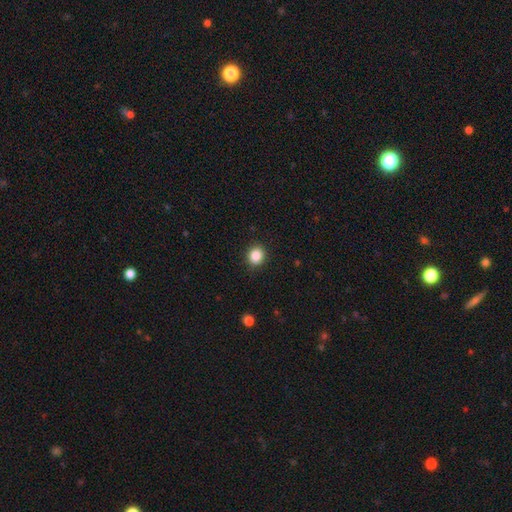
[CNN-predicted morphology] smooth-or-featured: smooth: 87% | star or artifact: 10% | featured or disk: 3%
  how-rounded: round: 76% | in between: 24% | cigar-shaped: 1%
  merging: none: 91% | minor disturbance: 6% | major disturbance: 2% | merger: 1%